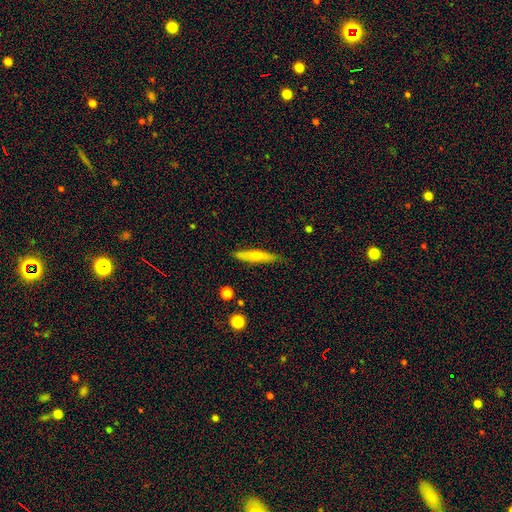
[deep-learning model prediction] Smooth or featured? smooth (62%)
How rounded? cigar-shaped (89%)
Merging? none (84%)